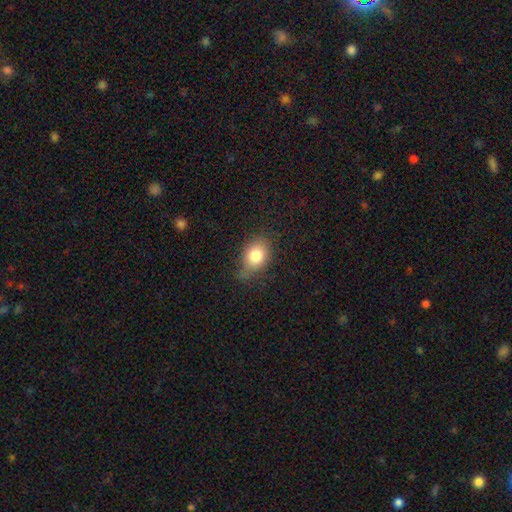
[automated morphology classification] Overall: smooth (80%). How rounded: in between (70%). Merging: none (63%; minor disturbance 28%).